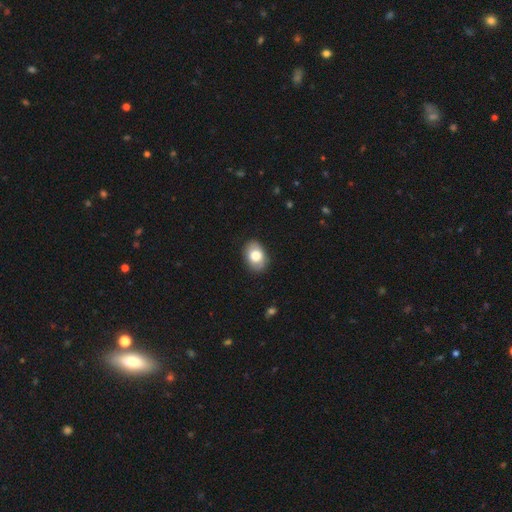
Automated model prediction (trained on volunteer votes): Q: Smooth or featured?
A: smooth (77%); runner-up: featured or disk (16%)
Q: How rounded?
A: in between (81%); runner-up: round (18%)
Q: Merging?
A: none (86%); runner-up: minor disturbance (11%)